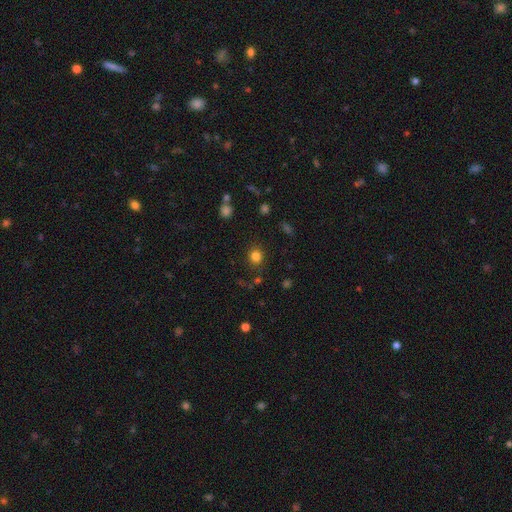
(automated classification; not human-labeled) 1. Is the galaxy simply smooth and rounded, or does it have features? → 82% smooth, 13% star or artifact, 5% featured or disk.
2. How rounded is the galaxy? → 86% round, 13% in between, 1% cigar-shaped.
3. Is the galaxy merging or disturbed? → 86% none, 8% minor disturbance, 3% major disturbance, 3% merger.